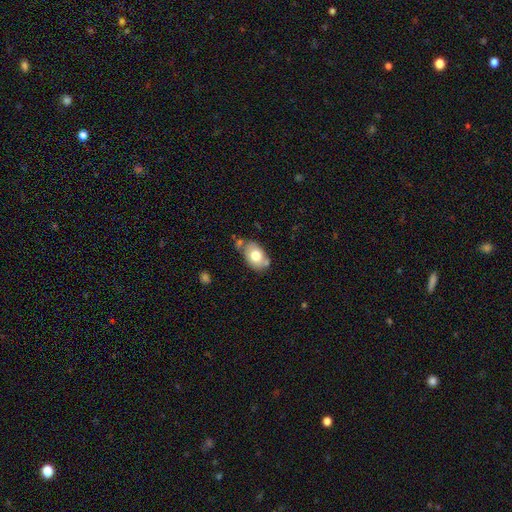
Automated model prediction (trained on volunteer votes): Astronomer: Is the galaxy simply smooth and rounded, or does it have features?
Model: smooth — 71%.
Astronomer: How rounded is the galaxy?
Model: in between — 85%.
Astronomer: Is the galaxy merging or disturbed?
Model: none — 61%.